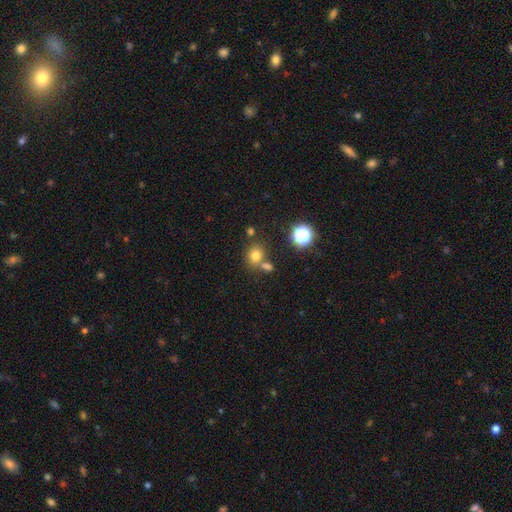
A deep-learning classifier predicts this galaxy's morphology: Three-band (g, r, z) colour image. It shows a smooth galaxy with no disk features (75%) that is round (69%). Merging: none (62%).